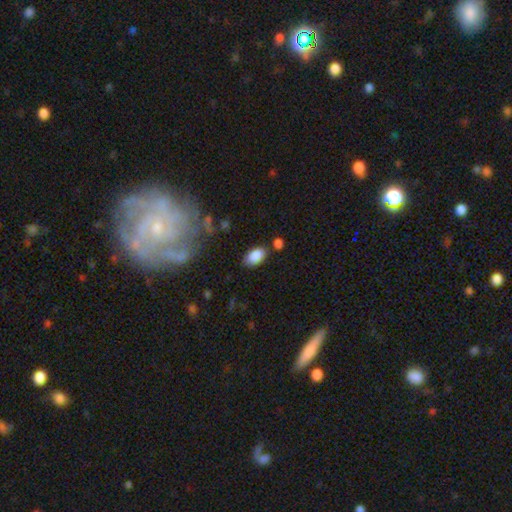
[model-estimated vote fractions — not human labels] This is clearly a smooth galaxy (88%). How rounded: clearly in between (93%). Merging: likely none (76%).